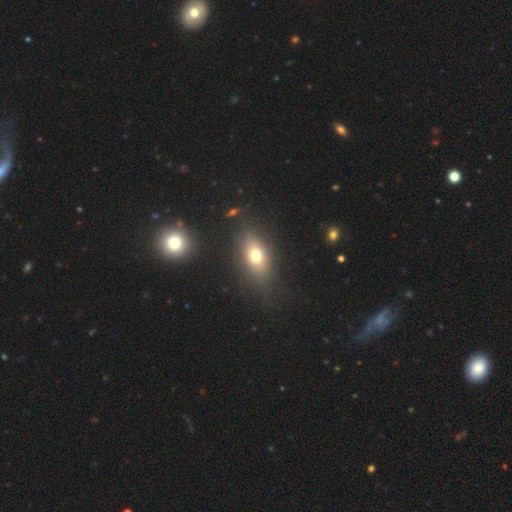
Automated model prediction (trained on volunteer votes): smooth 70%, featured or disk 18%, star or artifact 12%. Down the decision tree: how rounded — in between (76%); merging — none (80%).